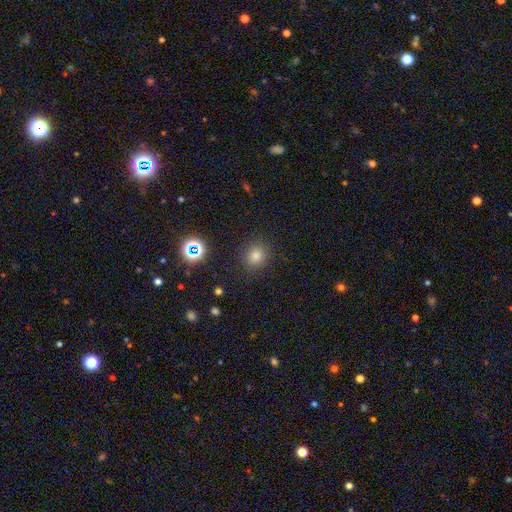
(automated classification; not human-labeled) Smooth or featured?
  - smooth: 76% *
  - star or artifact: 18%
  - featured or disk: 6%
How rounded?
  - round: 82% *
  - in between: 17%
  - cigar-shaped: 1%
Merging?
  - none: 88% *
  - minor disturbance: 7%
  - major disturbance: 3%
  - merger: 1%